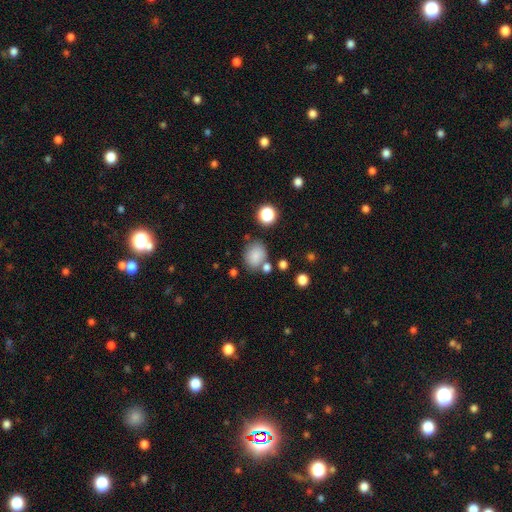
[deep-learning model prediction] Smooth or featured? smooth (82%)
How rounded? round (55%)
Merging? none (69%)